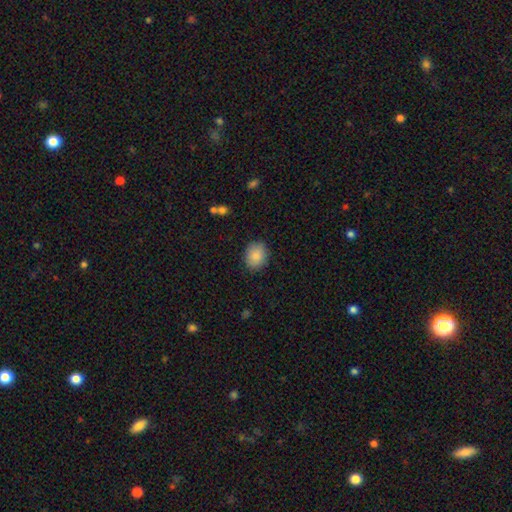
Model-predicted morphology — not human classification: smooth_or_featured: smooth (p=0.88) [alt: star or artifact p=0.07]
how_rounded: round (p=0.53) [alt: in between p=0.46]
merging: none (p=0.87) [alt: minor disturbance p=0.09]